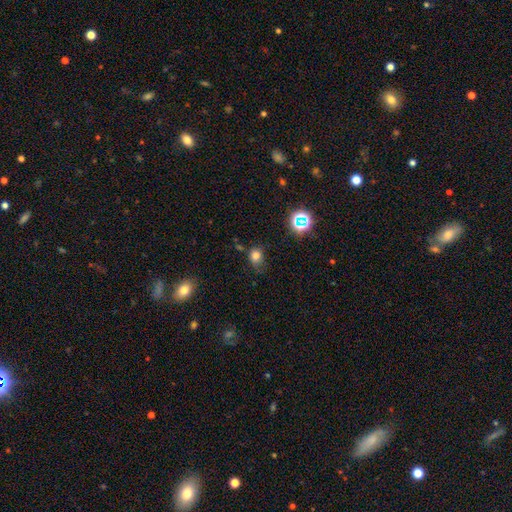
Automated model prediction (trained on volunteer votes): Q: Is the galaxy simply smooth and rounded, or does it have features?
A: smooth — 75%.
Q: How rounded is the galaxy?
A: round — 53%.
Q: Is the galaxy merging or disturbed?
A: none — 56%.